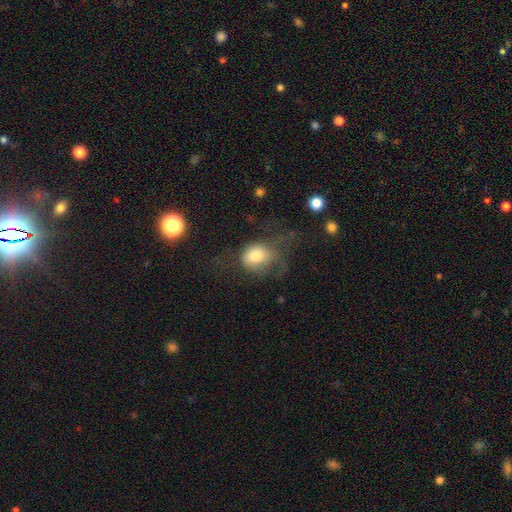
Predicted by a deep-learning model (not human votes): smooth_or_featured: smooth (p=0.73) [alt: featured or disk p=0.17]
how_rounded: round (p=0.56) [alt: in between p=0.42]
merging: major disturbance (p=0.44) [alt: none p=0.29]